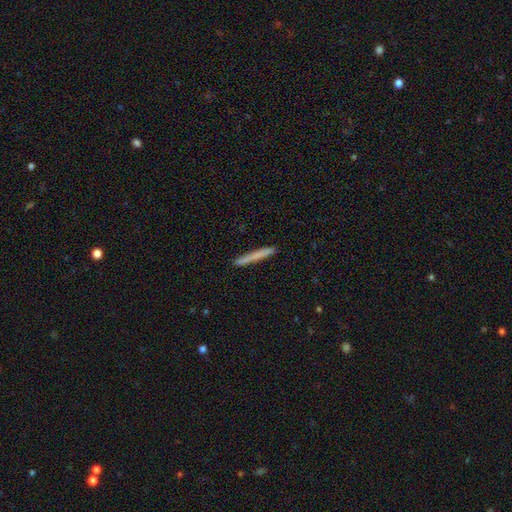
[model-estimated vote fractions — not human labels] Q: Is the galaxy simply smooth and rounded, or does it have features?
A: smooth — 68%.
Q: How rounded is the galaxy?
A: cigar-shaped — 97%.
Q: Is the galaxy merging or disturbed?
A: none — 91%.